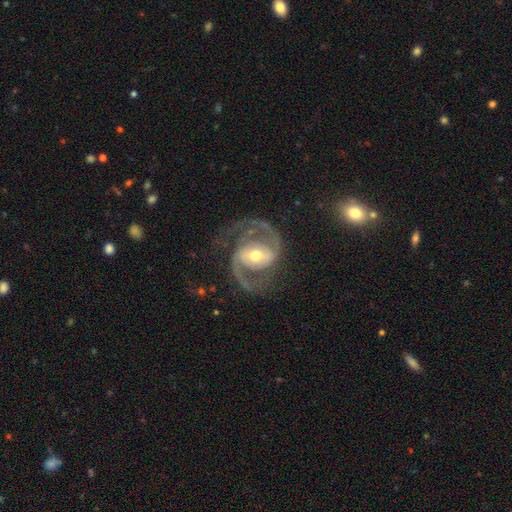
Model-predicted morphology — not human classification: Smooth or featured: featured or disk — 92% (star or artifact — 4%)
Edge-on disk: no — 98% (yes — 2%)
Bar: weak — 39% (no — 35%)
Spiral arms: yes — 98% (no — 2%)
Spiral winding: medium — 62% (loose — 20%)
Spiral arm count: 2 — 94% (can't tell — 2%)
Bulge size: moderate — 68% (small — 23%)
Merging: none — 77% (minor disturbance — 13%)